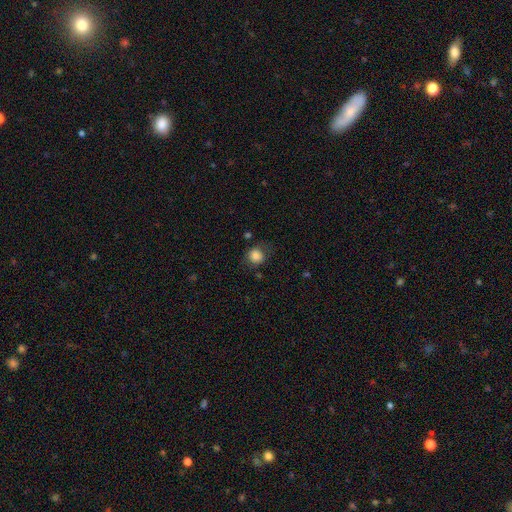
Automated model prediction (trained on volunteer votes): This is clearly a smooth galaxy (82%). How rounded: clearly round (83%). Merging: likely none (74%).